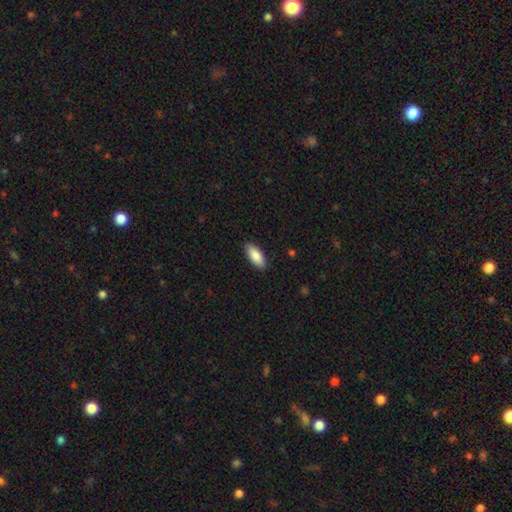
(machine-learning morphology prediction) This appears to be a smooth galaxy with no disk features (88%) that is in between round and cigar-shaped (82%). Merging: none (89%).